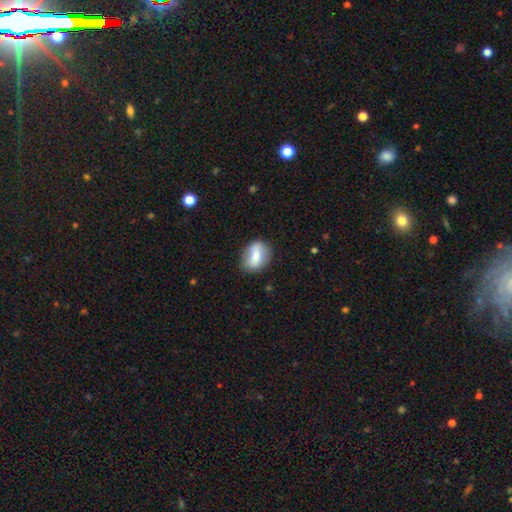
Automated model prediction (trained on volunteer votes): Smooth or featured?
  - smooth: 70% *
  - featured or disk: 22%
  - star or artifact: 7%
How rounded?
  - in between: 70% *
  - round: 28%
  - cigar-shaped: 3%
Merging?
  - none: 75% *
  - minor disturbance: 18%
  - major disturbance: 5%
  - merger: 2%